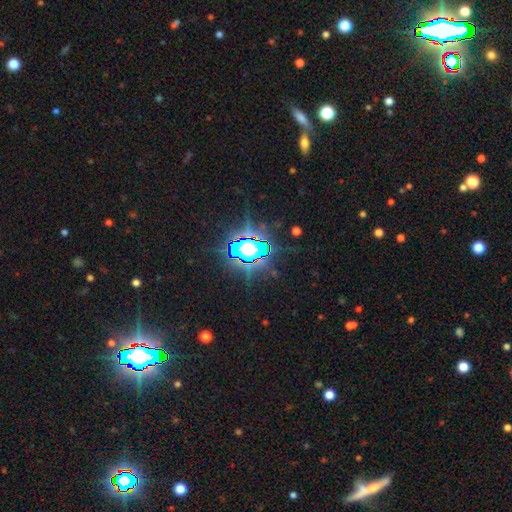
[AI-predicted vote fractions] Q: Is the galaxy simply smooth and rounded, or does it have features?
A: star or artifact — 73%.